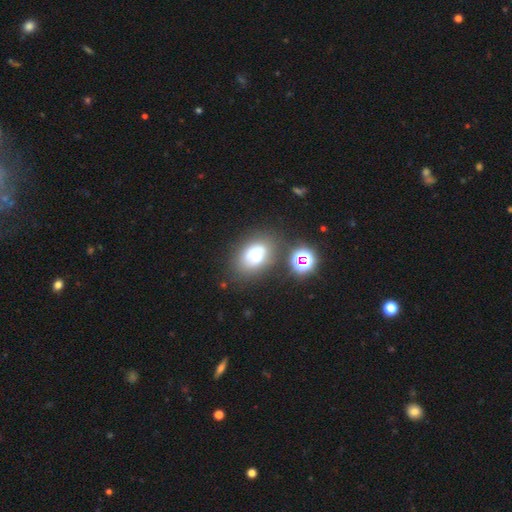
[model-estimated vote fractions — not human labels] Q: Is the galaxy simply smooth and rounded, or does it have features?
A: smooth — 53%.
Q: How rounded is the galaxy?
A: in between — 77%.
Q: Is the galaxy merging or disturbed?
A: none — 60%.